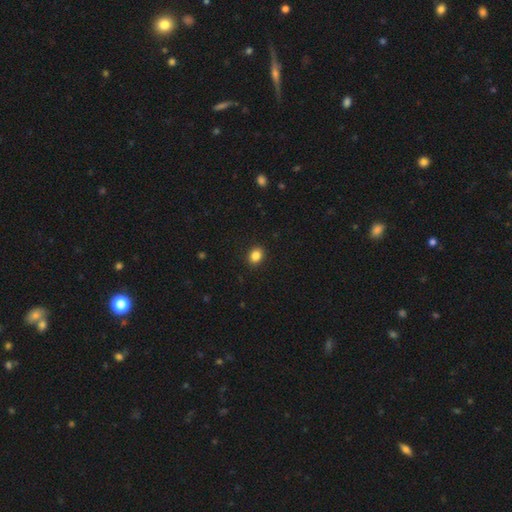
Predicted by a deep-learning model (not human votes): Overall: smooth (86%). How rounded: round (51%; in between 48%). Merging: none (91%).